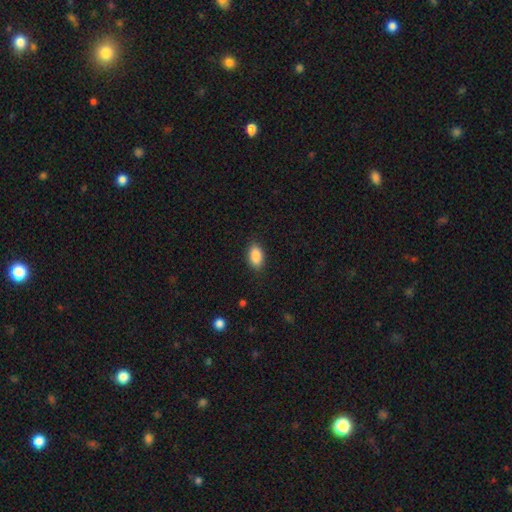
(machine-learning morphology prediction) smooth-or-featured: smooth: 89% | star or artifact: 7% | featured or disk: 4%
  how-rounded: in between: 92% | round: 6% | cigar-shaped: 3%
  merging: none: 87% | minor disturbance: 9% | major disturbance: 2% | merger: 1%